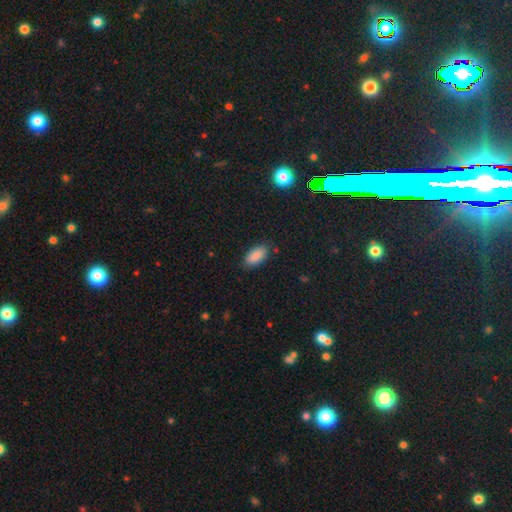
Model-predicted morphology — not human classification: This appears to be a smooth galaxy with no disk features (88%) that is in between round and cigar-shaped (90%). Merging: none (84%).